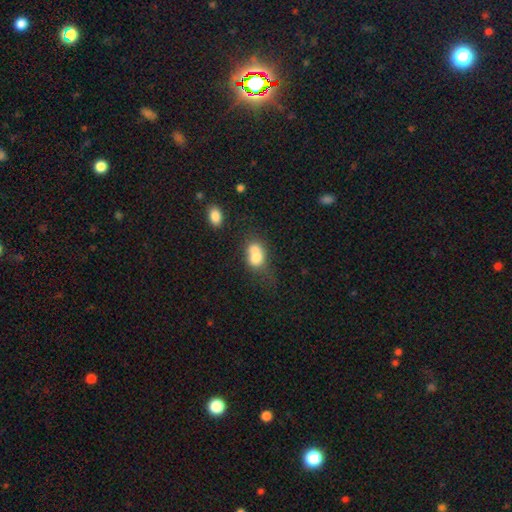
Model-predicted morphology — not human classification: Smooth or featured: smooth — 70% (featured or disk — 20%)
How rounded: in between — 52% (round — 46%)
Merging: merger — 63% (none — 20%)